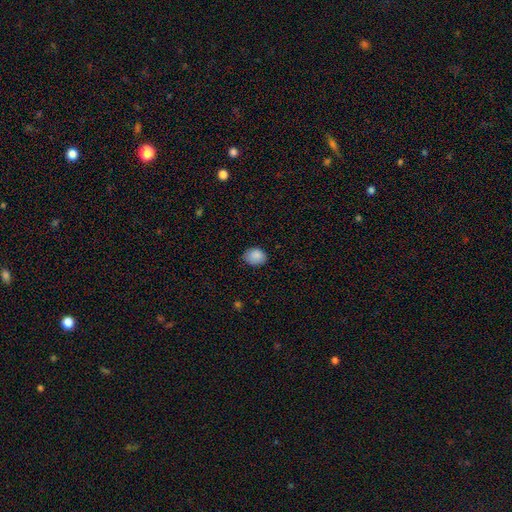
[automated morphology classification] This appears to be a smooth galaxy with no disk features (88%) that is in between round and cigar-shaped (60%). Merging: none (75%).